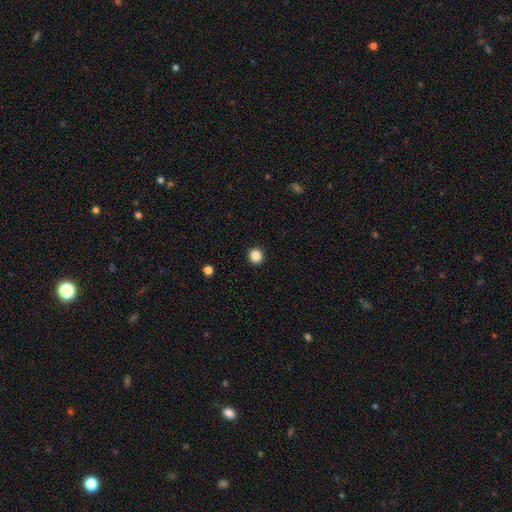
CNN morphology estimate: A smooth galaxy with no disk features (87%) that is round (92%). Merging: none (93%).